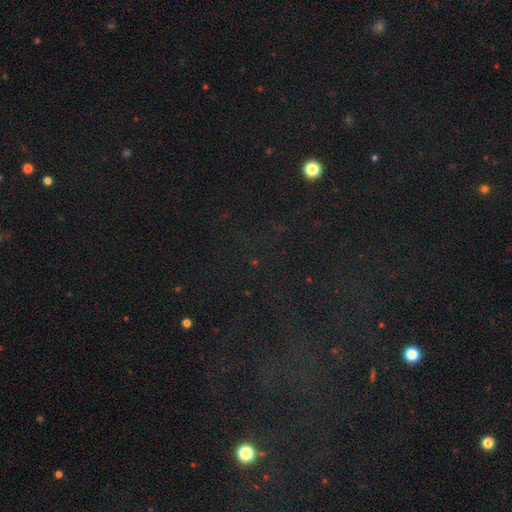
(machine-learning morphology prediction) Q: Smooth or featured?
A: star or artifact (77%); runner-up: smooth (14%)